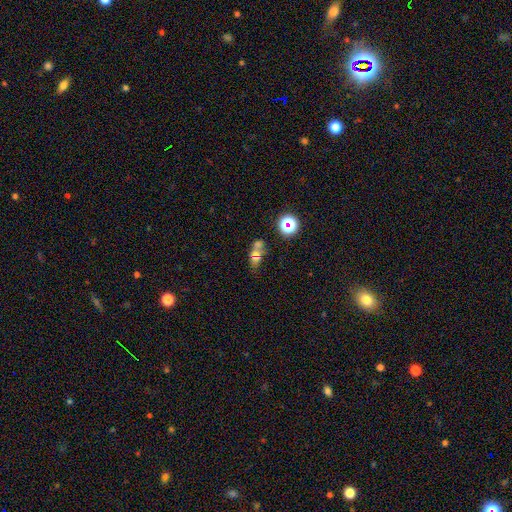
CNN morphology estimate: Q: Smooth or featured?
A: smooth (54%); runner-up: star or artifact (23%)
Q: How rounded?
A: round (50%); runner-up: in between (45%)
Q: Merging?
A: merger (50%); runner-up: none (34%)